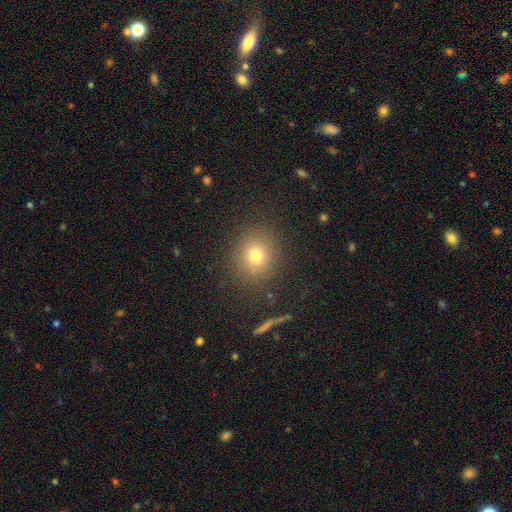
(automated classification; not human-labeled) Smooth or featured?
  - smooth: 73% *
  - star or artifact: 16%
  - featured or disk: 11%
How rounded?
  - round: 79% *
  - in between: 20%
  - cigar-shaped: 1%
Merging?
  - none: 86% *
  - minor disturbance: 9%
  - major disturbance: 4%
  - merger: 2%